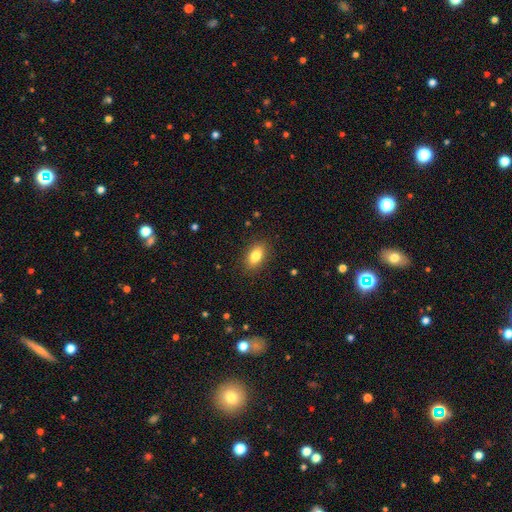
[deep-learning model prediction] smooth 84%, star or artifact 8%, featured or disk 8%. Down the decision tree: how rounded — in between (89%); merging — none (87%).